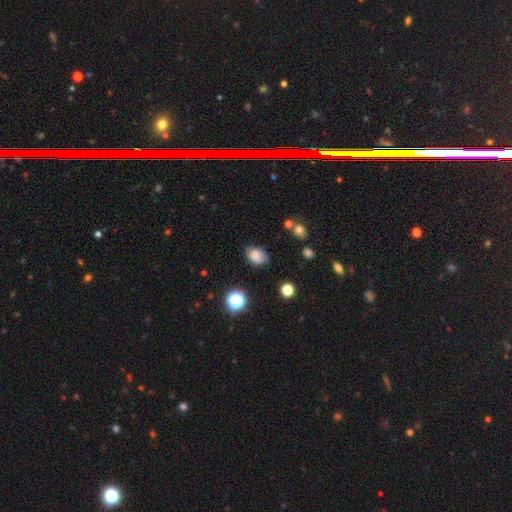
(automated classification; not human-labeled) smooth-or-featured: smooth: 76% | featured or disk: 12% | star or artifact: 11%
  how-rounded: in between: 77% | round: 22% | cigar-shaped: 1%
  merging: none: 73% | minor disturbance: 21% | major disturbance: 4% | merger: 2%